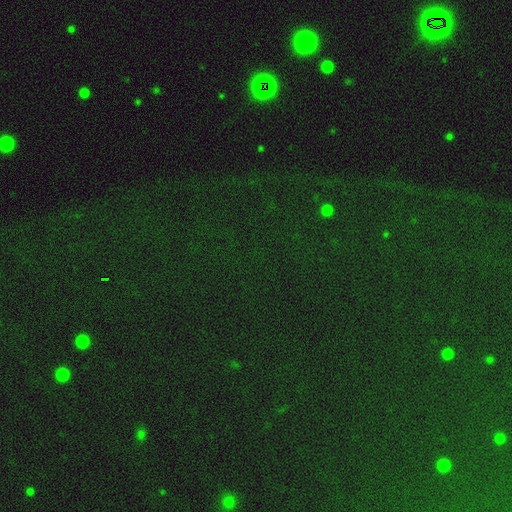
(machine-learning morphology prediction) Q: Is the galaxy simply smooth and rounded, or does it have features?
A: star or artifact — 81%.